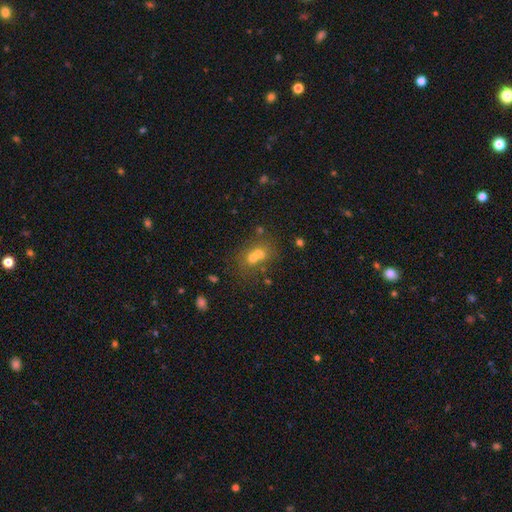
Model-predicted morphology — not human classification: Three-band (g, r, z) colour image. It shows a smooth galaxy with no disk features (56%) that is round (69%). Merging: merger (55%).